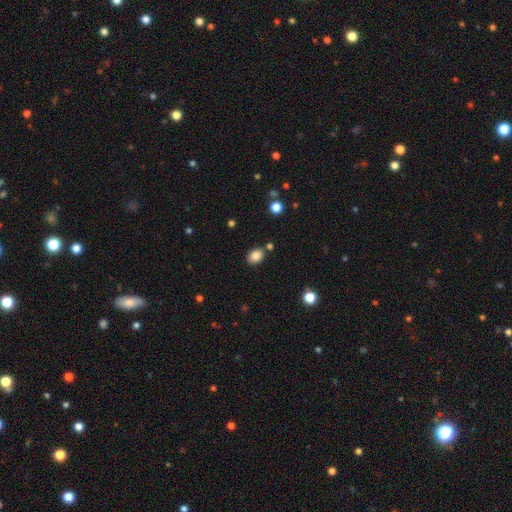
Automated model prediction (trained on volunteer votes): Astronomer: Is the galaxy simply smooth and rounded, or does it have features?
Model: smooth — 84%.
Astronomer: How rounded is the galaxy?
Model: in between — 55% (runner-up: round, 44%).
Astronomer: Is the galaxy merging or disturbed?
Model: none — 81%.